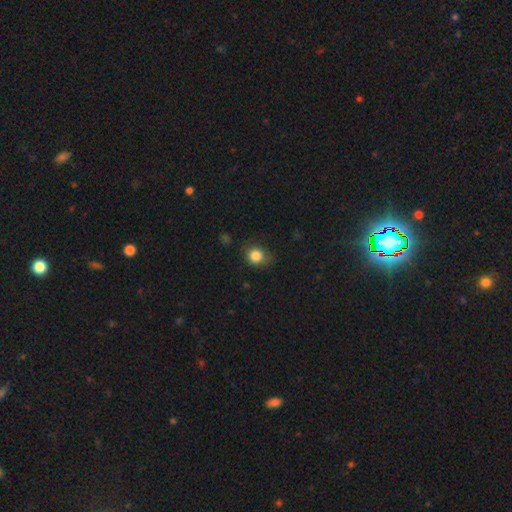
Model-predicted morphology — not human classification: This appears to be a smooth galaxy with no disk features (84%) that is round (75%). Merging: none (68%).